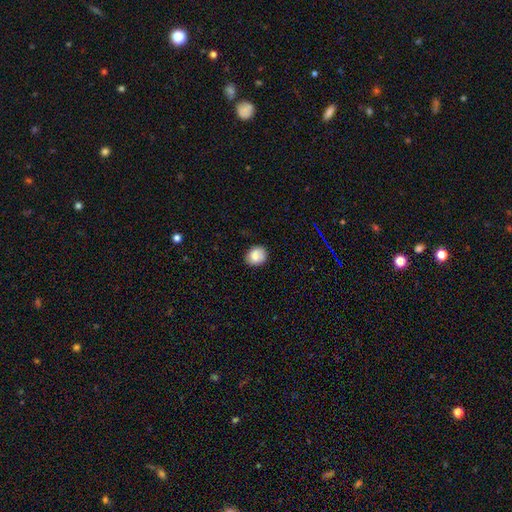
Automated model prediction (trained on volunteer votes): A smooth galaxy with no disk features (84%) that is round (57%).

Vote fractions:
- Smooth or featured? smooth: 84% / star or artifact: 8% / featured or disk: 7%
- How rounded? round: 57% / in between: 42% / cigar-shaped: 1%
- Merging? none: 83% / minor disturbance: 13% / major disturbance: 2% / merger: 1%